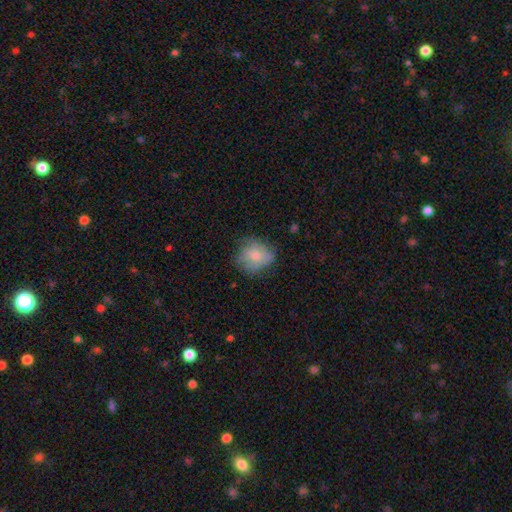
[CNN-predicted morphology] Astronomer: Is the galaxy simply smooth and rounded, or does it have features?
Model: smooth — 69%.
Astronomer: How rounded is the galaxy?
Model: round — 73%.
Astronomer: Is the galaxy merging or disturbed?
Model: none — 60%.